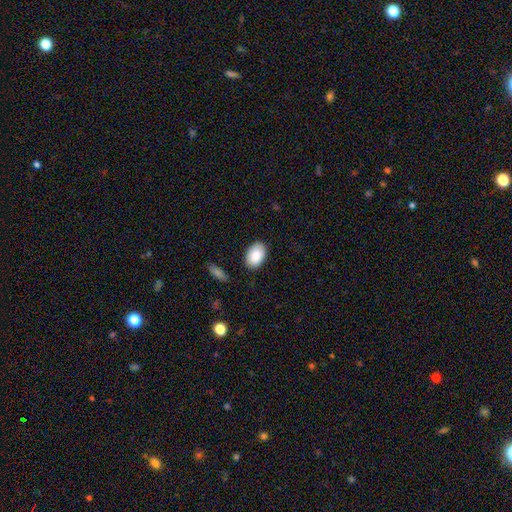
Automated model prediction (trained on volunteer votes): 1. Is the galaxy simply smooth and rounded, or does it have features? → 88% smooth, 6% star or artifact, 6% featured or disk.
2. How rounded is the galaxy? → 89% in between, 10% round, 1% cigar-shaped.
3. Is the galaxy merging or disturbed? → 83% none, 12% minor disturbance, 3% major disturbance, 2% merger.